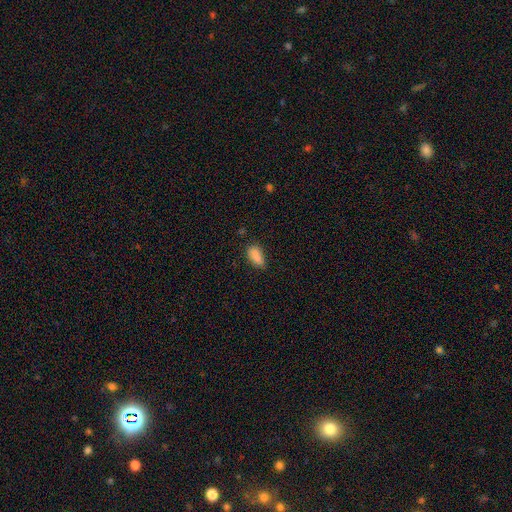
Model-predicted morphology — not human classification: The model was most divided on "merging": none: 65%, minor disturbance: 27%, major disturbance: 6%, merger: 2%. More confident: smooth or featured — smooth (86%); how rounded — in between (85%).